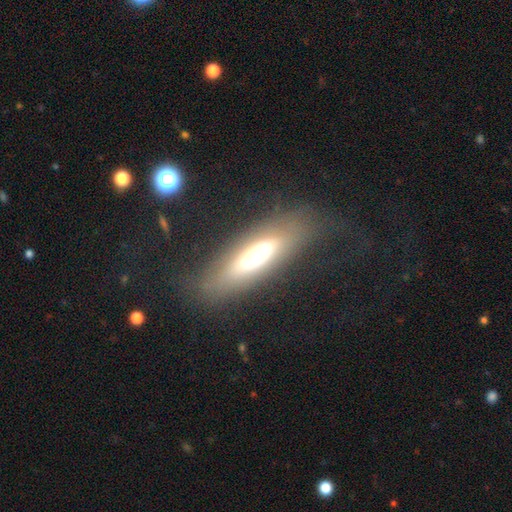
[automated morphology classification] Smooth or featured? Predicted: smooth (p=0.46). Merging? Predicted: none (p=0.65).